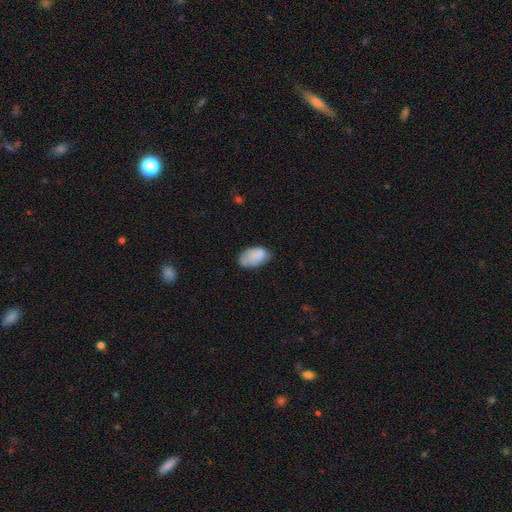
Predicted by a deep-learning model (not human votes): smooth 81%, featured or disk 12%, star or artifact 7%. Down the decision tree: how rounded — in between (94%); merging — none (58%).